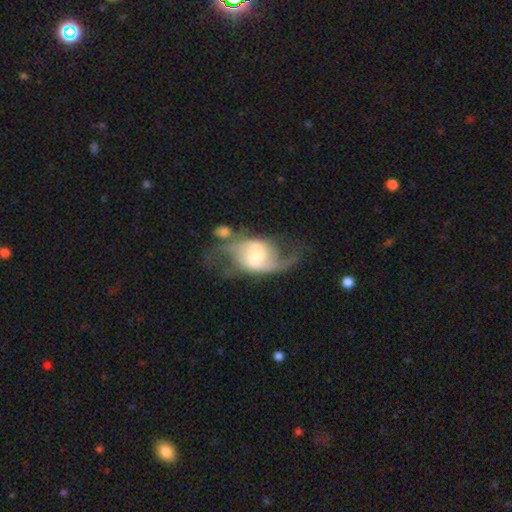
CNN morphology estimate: A featured or disk galaxy (81%) with a weak bar (43%), 2 (89%) loose (61%) spiral arms (92%) and a moderate central bulge (43%).

Vote fractions:
- Smooth or featured? featured or disk: 81% / smooth: 14% / star or artifact: 5%
- Edge-on disk? no: 95% / yes: 5%
- Bar? weak: 43% / no: 38% / strong: 19%
- Spiral arms? yes: 92% / no: 8%
- Spiral winding? loose: 61% / medium: 31% / tight: 7%
- Spiral arm count? 2: 89% / can't tell: 4% / 1: 3% / 3: 1% / 4: 1% / more than 4: 1%
- Bulge size? moderate: 43% / small: 28% / large: 21% / none: 4% / dominant: 4%
- Merging? none: 48% / major disturbance: 23% / minor disturbance: 18% / merger: 11%